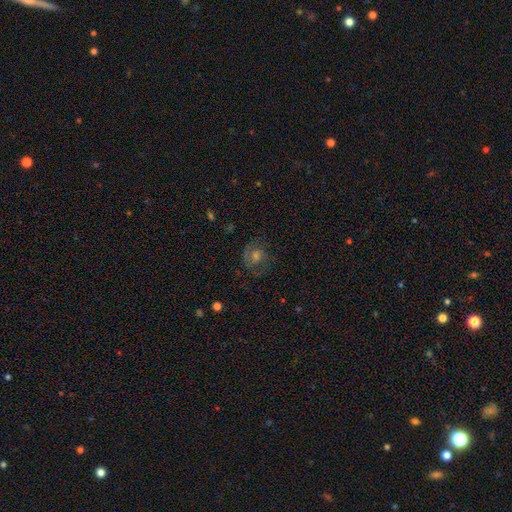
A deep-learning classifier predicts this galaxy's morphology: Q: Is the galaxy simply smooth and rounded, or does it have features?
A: featured or disk — 63%.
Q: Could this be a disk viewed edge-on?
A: no — 97%.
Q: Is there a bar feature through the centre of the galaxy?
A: no — 55%.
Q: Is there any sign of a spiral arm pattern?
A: yes — 87%.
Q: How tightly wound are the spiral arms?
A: medium — 45%.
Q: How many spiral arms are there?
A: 2 — 66%.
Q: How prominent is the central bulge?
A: moderate — 48%.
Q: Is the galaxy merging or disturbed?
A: none — 74%.